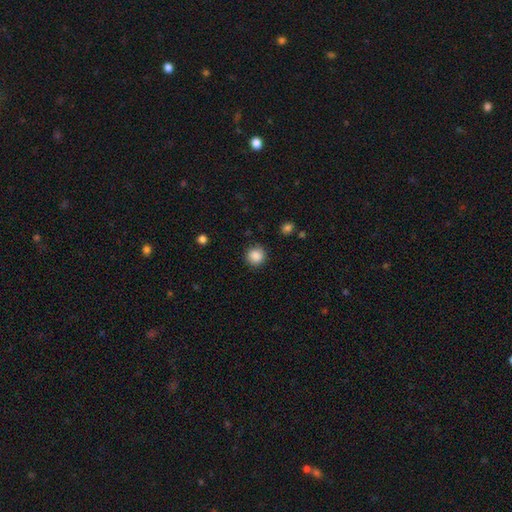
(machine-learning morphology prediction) Smooth or featured? smooth (87%)
How rounded? round (91%)
Merging? none (87%)